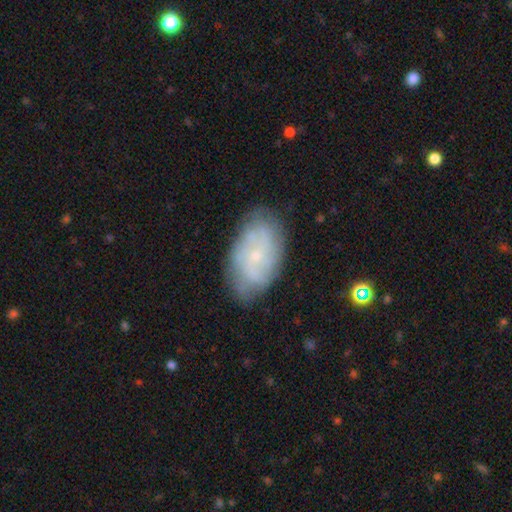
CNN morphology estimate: A featured or disk galaxy (61%) with no bar (75%), spiral arms (78%) and a small central bulge (79%).

Vote fractions:
- Smooth or featured? featured or disk: 61% / smooth: 31% / star or artifact: 8%
- Edge-on disk? no: 95% / yes: 5%
- Bar? no: 75% / weak: 22% / strong: 3%
- Spiral arms? yes: 78% / no: 22%
- Bulge size? small: 79% / moderate: 15% / none: 4% / large: 1% / dominant: 1%
- Merging? none: 74% / minor disturbance: 19% / major disturbance: 5% / merger: 2%